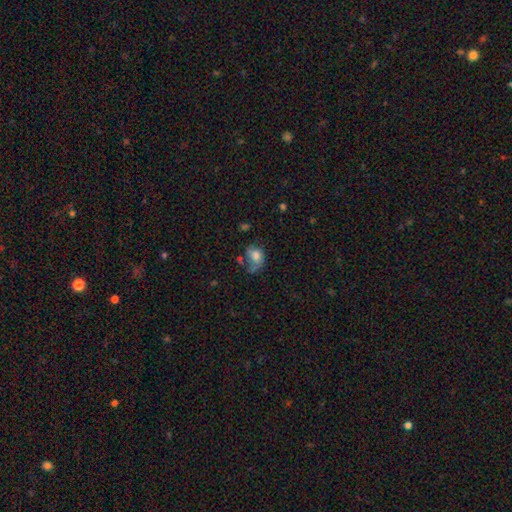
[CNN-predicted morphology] Smooth or featured? smooth (62%)
How rounded? in between (62%)
Merging? major disturbance (33%)